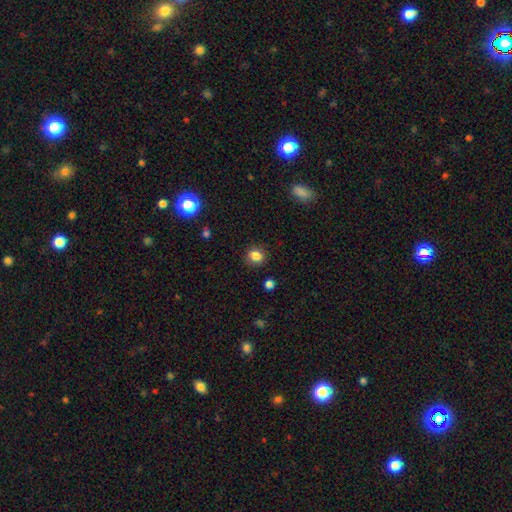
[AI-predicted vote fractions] This is clearly a smooth galaxy (84%). How rounded: likely round (67%). Merging: clearly none (86%).